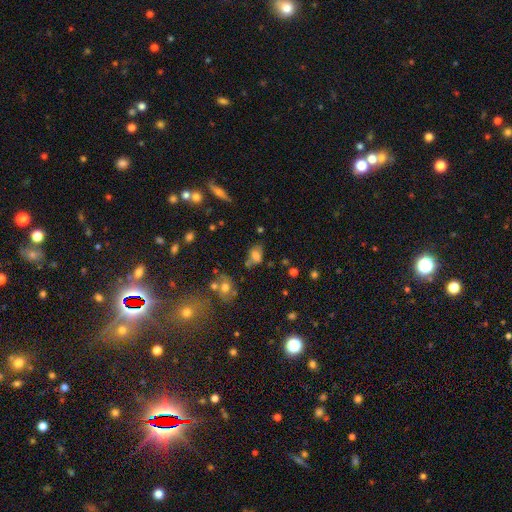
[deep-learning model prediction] Smooth or featured? smooth (65%)
How rounded? in between (80%)
Merging? none (51%)